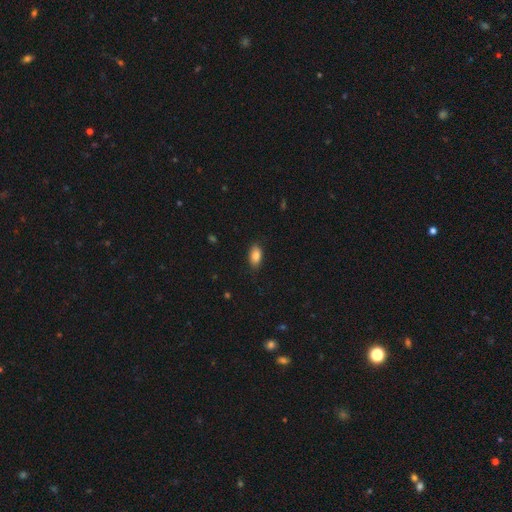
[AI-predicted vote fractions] Smooth or featured? smooth (85%)
How rounded? in between (92%)
Merging? none (85%)